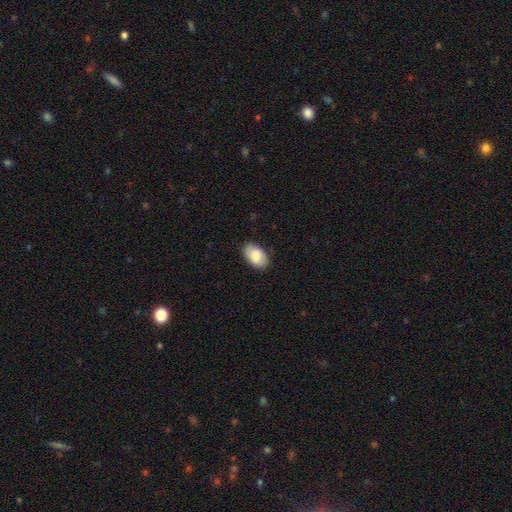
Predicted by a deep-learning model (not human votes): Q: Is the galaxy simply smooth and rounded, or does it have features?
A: smooth — 84%.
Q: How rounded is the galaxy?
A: in between — 93%.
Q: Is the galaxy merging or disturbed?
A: none — 86%.